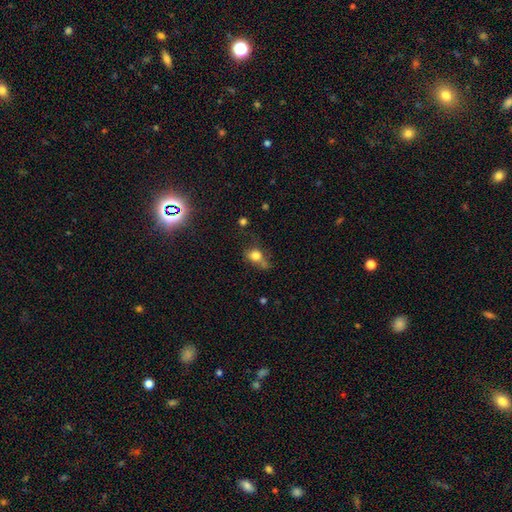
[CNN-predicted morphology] This is likely a smooth galaxy (77%). How rounded: possibly round (51%). Merging: marginally none (42%).